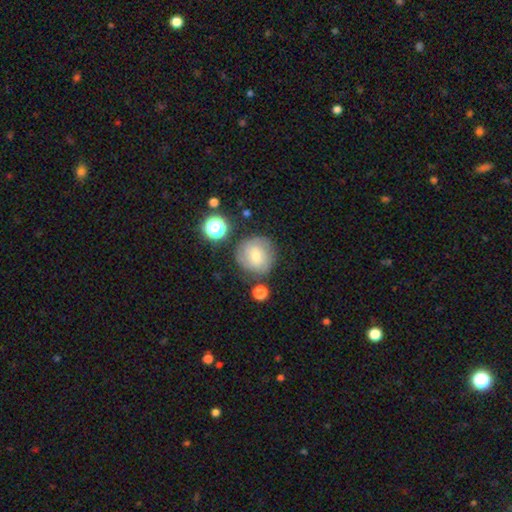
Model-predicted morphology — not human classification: smooth_or_featured: smooth (p=0.66) [alt: featured or disk p=0.24]
how_rounded: round (p=0.92) [alt: in between p=0.08]
merging: none (p=0.72) [alt: minor disturbance p=0.16]